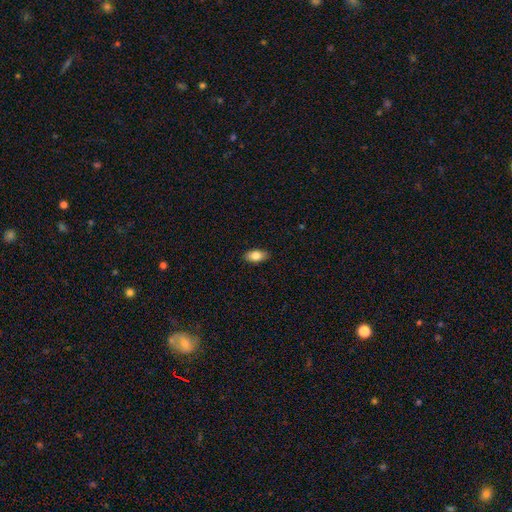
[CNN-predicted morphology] A smooth galaxy with no disk features (82%) that is in between round and cigar-shaped (90%).

Vote fractions:
- Smooth or featured? smooth: 82% / featured or disk: 11% / star or artifact: 7%
- How rounded? in between: 90% / cigar-shaped: 5% / round: 4%
- Merging? none: 88% / minor disturbance: 9% / major disturbance: 2% / merger: 1%